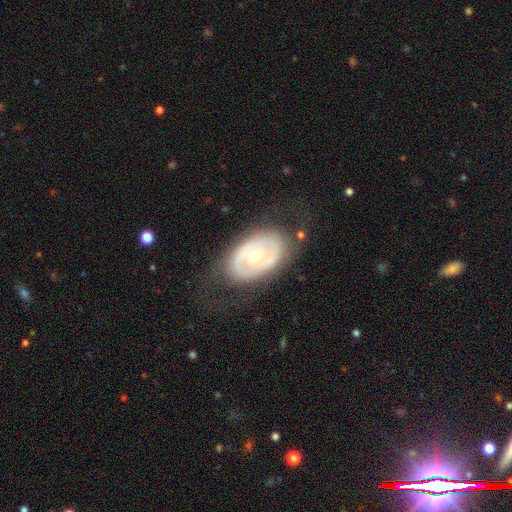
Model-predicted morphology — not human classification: Overall: featured or disk (66%; smooth 28%). Edge-on disk: no (93%). Bar: no (72%). Spiral arms: no (70%). Bulge size: moderate (54%; small 42%). Merging: none (68%).